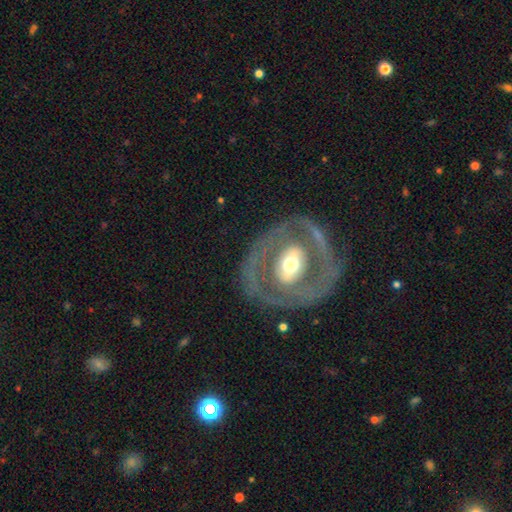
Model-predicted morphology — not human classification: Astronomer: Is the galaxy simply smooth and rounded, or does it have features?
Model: featured or disk — 77%.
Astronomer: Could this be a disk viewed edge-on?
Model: no — 94%.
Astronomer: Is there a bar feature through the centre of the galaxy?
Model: no — 40% (runner-up: weak, 31%).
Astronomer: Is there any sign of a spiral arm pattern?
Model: no — 53% (runner-up: yes, 47%).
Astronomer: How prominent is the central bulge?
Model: moderate — 64%.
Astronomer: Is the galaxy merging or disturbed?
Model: none — 75%.